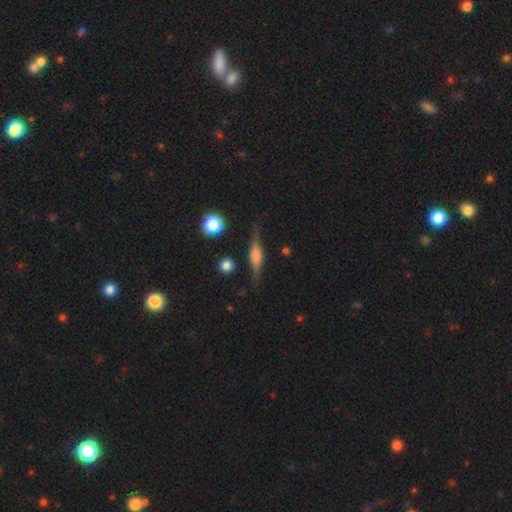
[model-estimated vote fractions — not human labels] Smooth or featured? featured or disk (59%)
Edge-on disk? yes (94%)
Edge-on bulge? rounded (62%)
Merging? none (76%)